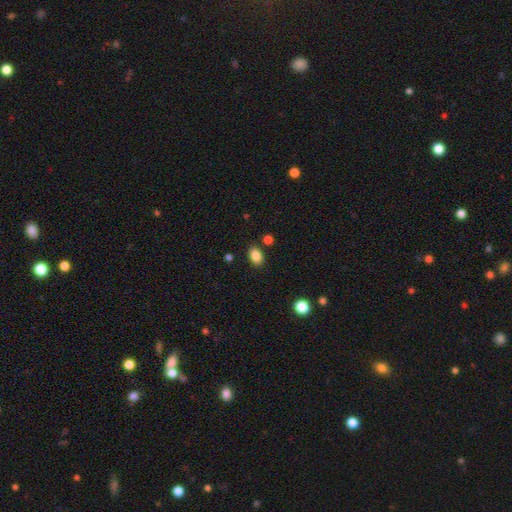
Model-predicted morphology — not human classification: This is clearly a smooth galaxy (86%). How rounded: clearly in between (81%). Merging: clearly none (83%).